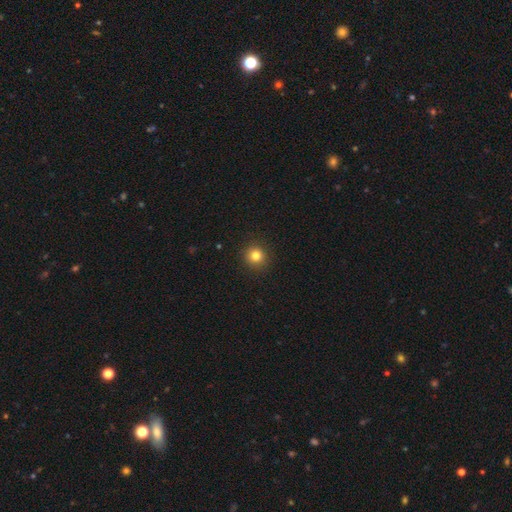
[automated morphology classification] smooth 82%, star or artifact 13%, featured or disk 6%. Down the decision tree: how rounded — round (94%); merging — none (92%).